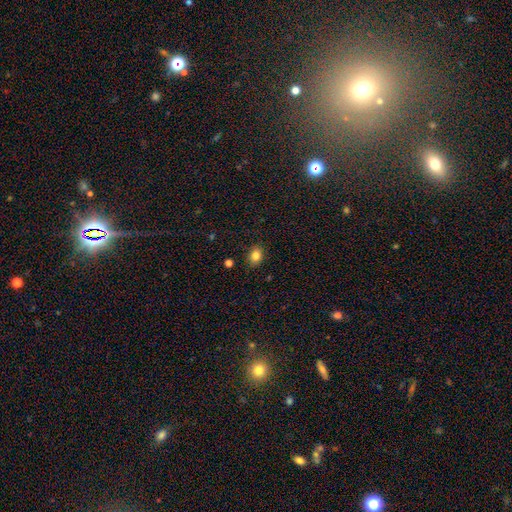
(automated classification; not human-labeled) Smooth or featured? Predicted: smooth (p=0.83). How rounded? Predicted: in between (p=0.61). Merging? Predicted: none (p=0.87).